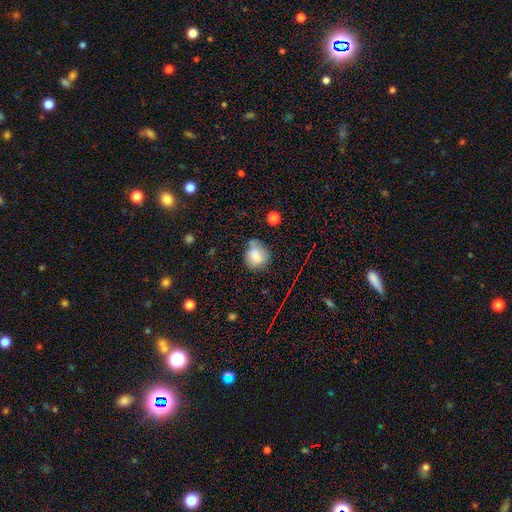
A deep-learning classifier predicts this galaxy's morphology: smooth_or_featured: smooth (p=0.77) [alt: featured or disk p=0.12]
how_rounded: round (p=0.74) [alt: in between p=0.25]
merging: none (p=0.52) [alt: minor disturbance p=0.31]